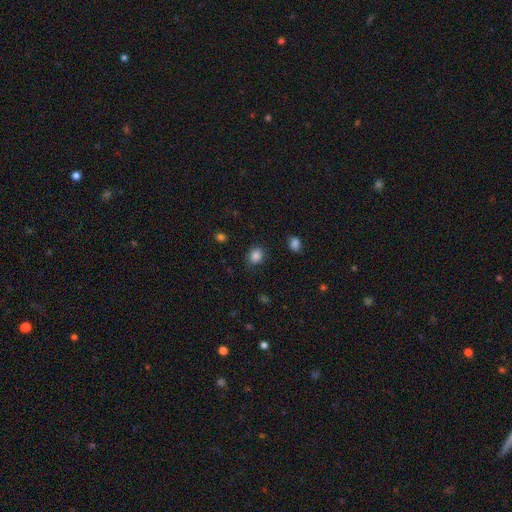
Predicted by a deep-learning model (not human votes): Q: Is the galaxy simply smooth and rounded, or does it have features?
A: smooth — 86%.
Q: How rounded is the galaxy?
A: round — 56%.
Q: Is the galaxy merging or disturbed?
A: none — 84%.